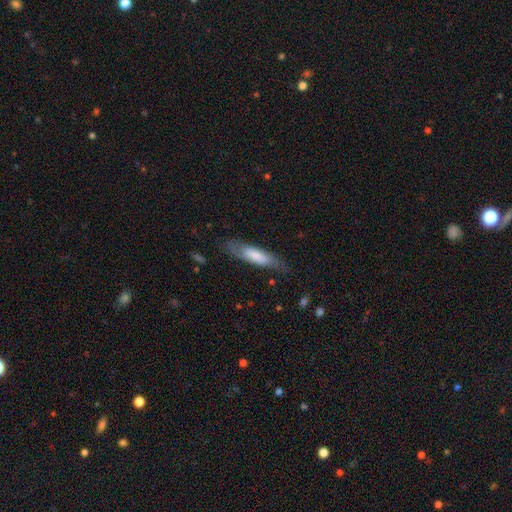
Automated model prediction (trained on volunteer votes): A smooth galaxy with no disk features (69%) that is cigar-shaped (69%).

Vote fractions:
- Smooth or featured? smooth: 69% / featured or disk: 26% / star or artifact: 6%
- How rounded? cigar-shaped: 69% / in between: 30% / round: 1%
- Merging? none: 73% / minor disturbance: 19% / major disturbance: 6% / merger: 2%